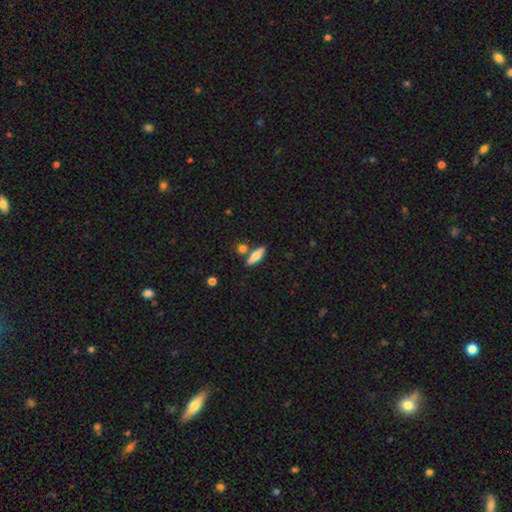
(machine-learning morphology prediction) A smooth galaxy with no disk features (68%) that is cigar-shaped (52%). Merging: none (76%).